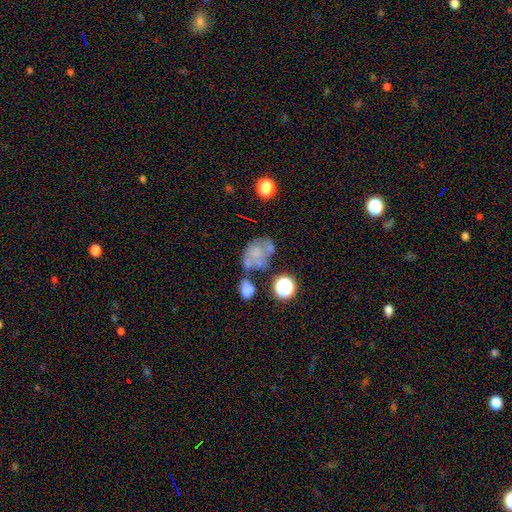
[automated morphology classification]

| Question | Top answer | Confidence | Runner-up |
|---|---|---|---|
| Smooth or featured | smooth | 44% | featured or disk (41%) |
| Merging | merger | 34% | none (28%) |